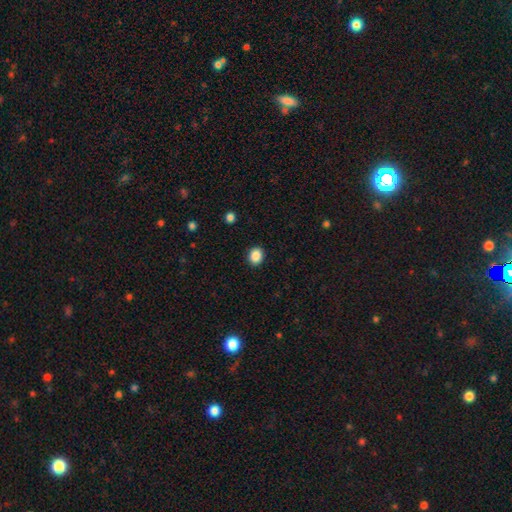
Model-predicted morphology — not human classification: A smooth galaxy with no disk features (88%) that is round (61%).

Vote fractions:
- Smooth or featured? smooth: 88% / star or artifact: 9% / featured or disk: 3%
- How rounded? round: 61% / in between: 38% / cigar-shaped: 1%
- Merging? none: 91% / minor disturbance: 6% / major disturbance: 2% / merger: 1%